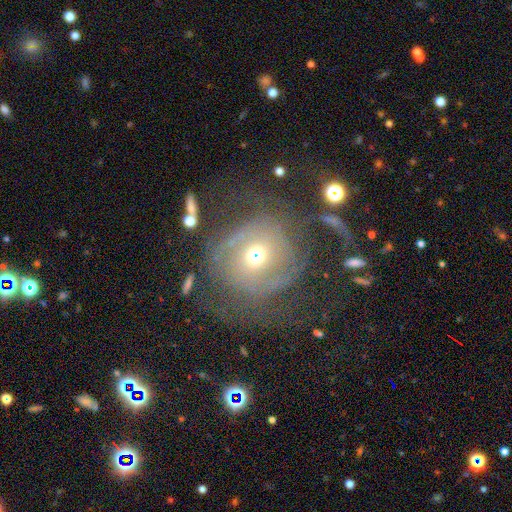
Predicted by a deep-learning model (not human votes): The model was most divided on "bulge size": moderate: 50%, small: 40%, large: 6%, dominant: 2%, none: 2%. Remaining: edge-on disk — no (97%); bar — no (80%); spiral arms — yes (67%); smooth or featured — featured or disk (60%); merging — none (46%).